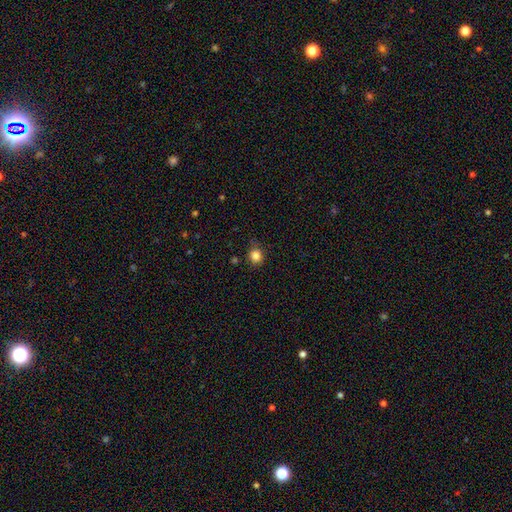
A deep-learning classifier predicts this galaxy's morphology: smooth 84%, star or artifact 12%, featured or disk 5%. Down the decision tree: how rounded — round (80%); merging — none (78%).